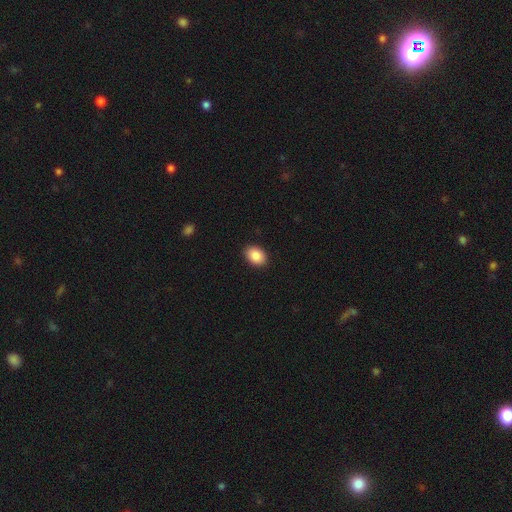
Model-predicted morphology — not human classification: Overall: smooth (88%). How rounded: in between (82%). Merging: none (90%).